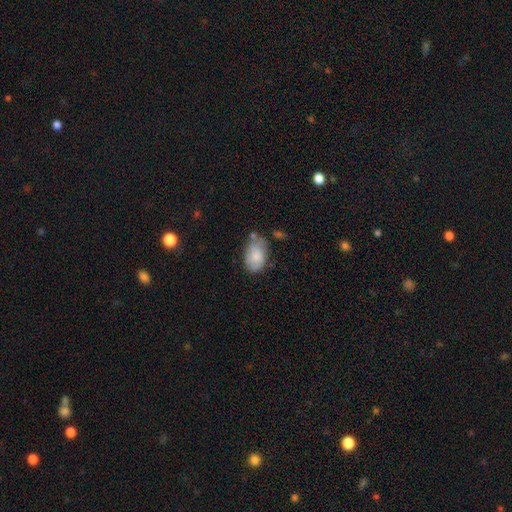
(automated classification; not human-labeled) This is likely a smooth galaxy (78%). How rounded: clearly in between (90%). Merging: possibly none (53%).